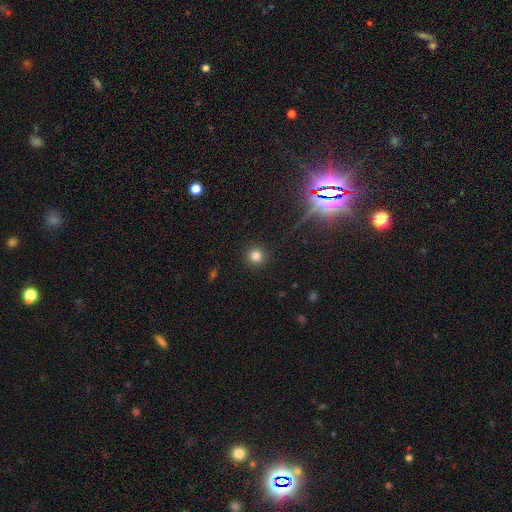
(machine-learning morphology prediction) type=smooth (79%); roundness=round (95%); merging=none (92%).